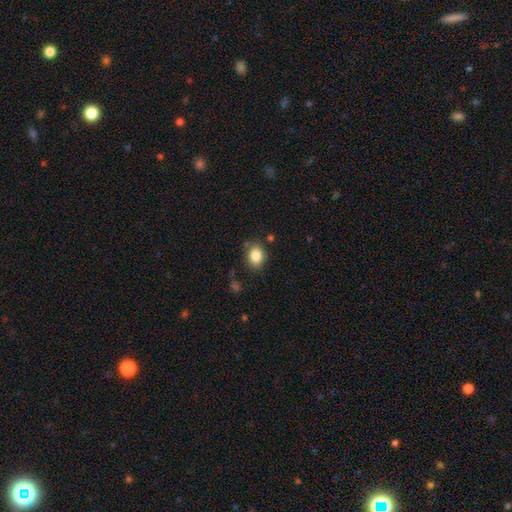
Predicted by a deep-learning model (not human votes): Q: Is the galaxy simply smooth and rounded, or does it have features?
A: smooth — 85%.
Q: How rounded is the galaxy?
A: in between — 52%.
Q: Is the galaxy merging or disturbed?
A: none — 81%.